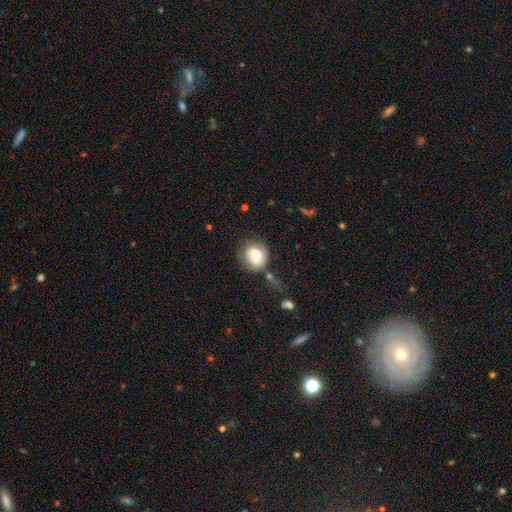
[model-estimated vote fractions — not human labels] smooth-or-featured: smooth: 71% | featured or disk: 19% | star or artifact: 9%
  how-rounded: round: 62% | in between: 37% | cigar-shaped: 1%
  merging: none: 53% | minor disturbance: 25% | major disturbance: 13% | merger: 10%